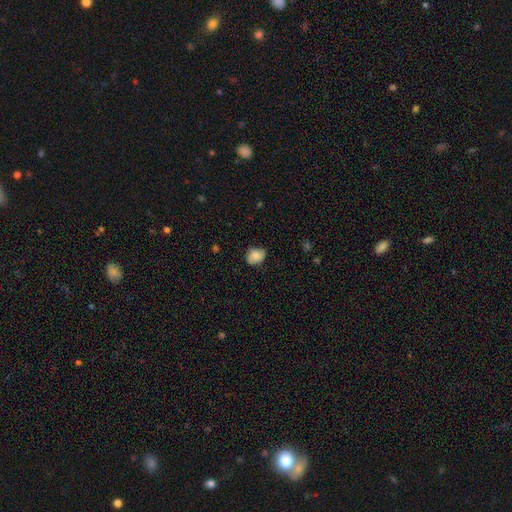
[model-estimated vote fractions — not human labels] This is clearly a smooth galaxy (82%). How rounded: possibly in between (53%). Merging: likely none (77%).